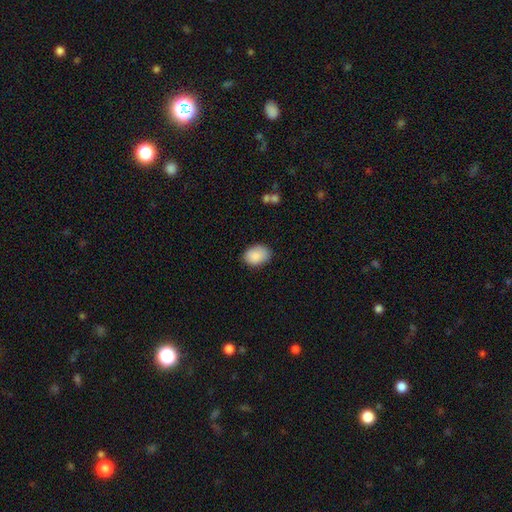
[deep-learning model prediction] smooth 89%, star or artifact 7%, featured or disk 4%. Down the decision tree: how rounded — in between (76%); merging — none (81%).